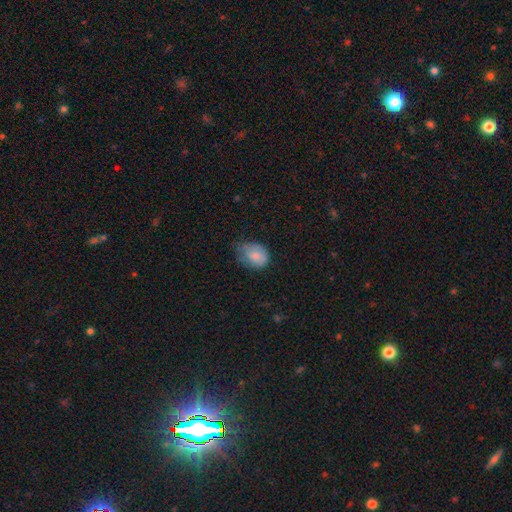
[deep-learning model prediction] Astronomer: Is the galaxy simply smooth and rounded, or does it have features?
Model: smooth — 78%.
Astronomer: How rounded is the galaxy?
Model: in between — 66%.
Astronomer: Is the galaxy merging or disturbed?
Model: minor disturbance — 43% (runner-up: none, 40%).